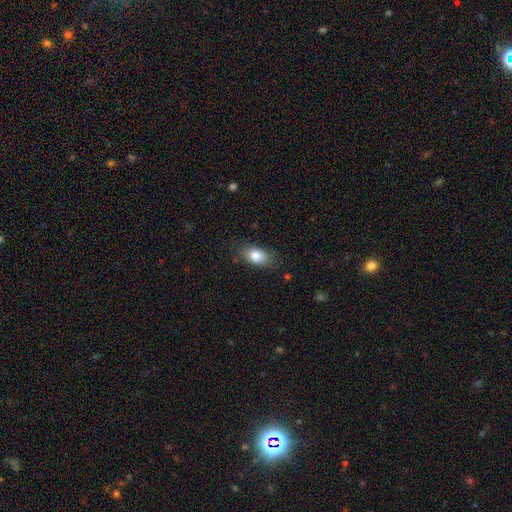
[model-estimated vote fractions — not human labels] Smooth or featured? smooth (83%)
How rounded? in between (88%)
Merging? none (78%)